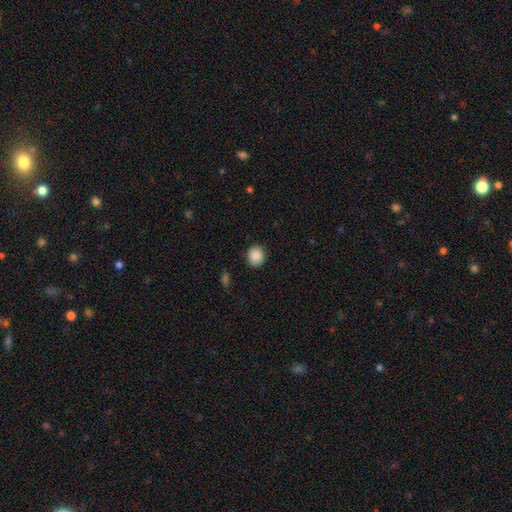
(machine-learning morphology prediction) A smooth galaxy with no disk features (89%) that is round (81%).

Vote fractions:
- Smooth or featured? smooth: 89% / star or artifact: 8% / featured or disk: 3%
- How rounded? round: 81% / in between: 18% / cigar-shaped: 1%
- Merging? none: 88% / minor disturbance: 9% / major disturbance: 2% / merger: 1%